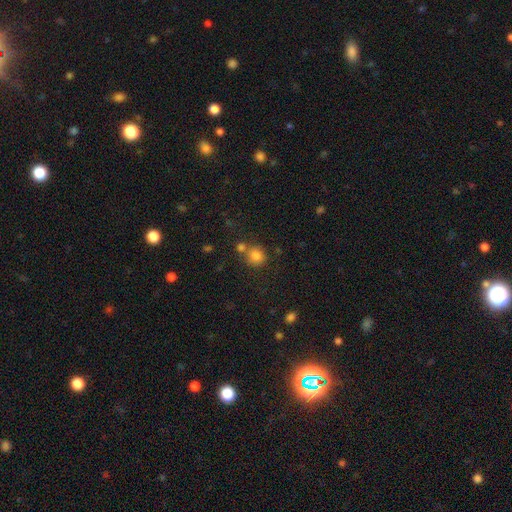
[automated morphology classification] Smooth or featured: smooth — 82% (star or artifact — 12%)
How rounded: round — 88% (in between — 11%)
Merging: none — 62% (merger — 25%)